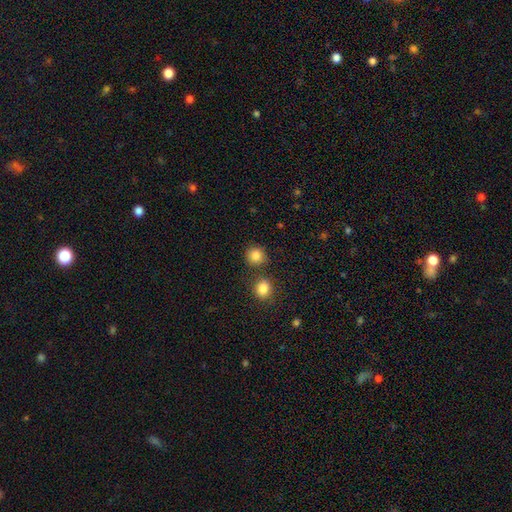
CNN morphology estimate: Smooth or featured? Predicted: smooth (p=0.85). How rounded? Predicted: round (p=0.89). Merging? Predicted: none (p=0.80).